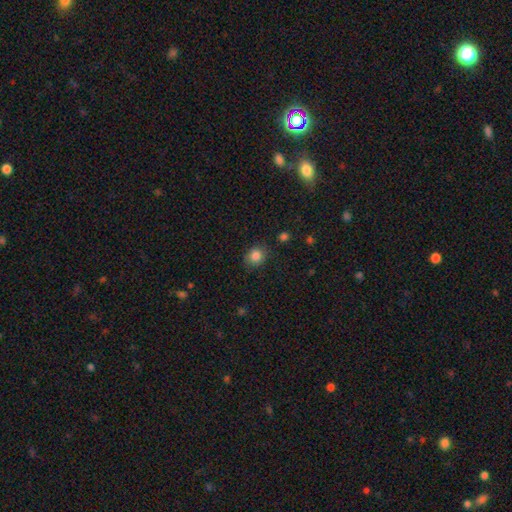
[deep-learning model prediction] This appears to be a smooth galaxy with no disk features (84%) that is round (74%). Merging: none (81%).